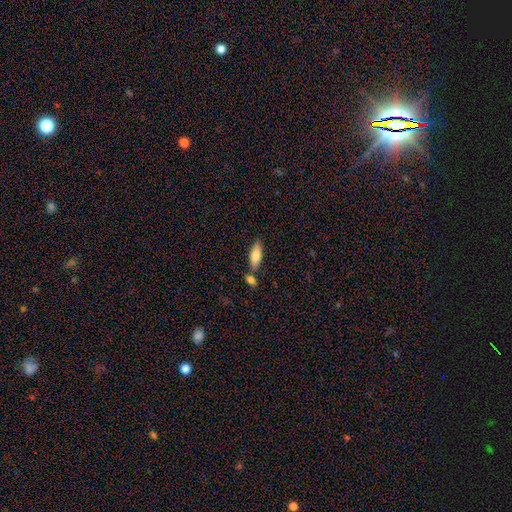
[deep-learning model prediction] smooth 76%, featured or disk 17%, star or artifact 6%. Down the decision tree: how rounded — in between (67%); merging — none (67%).